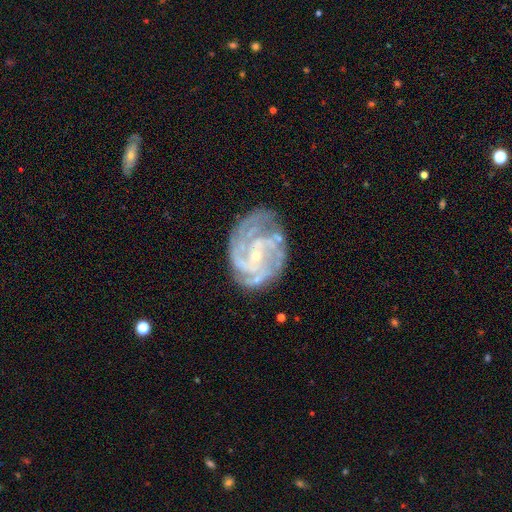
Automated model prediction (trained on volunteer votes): A featured or disk galaxy (89%) with no bar (49%), 3 (27%) tight (51%) spiral arms (96%) and a small central bulge (79%).

Vote fractions:
- Smooth or featured? featured or disk: 89% / star or artifact: 6% / smooth: 5%
- Edge-on disk? no: 98% / yes: 2%
- Bar? no: 49% / weak: 40% / strong: 12%
- Spiral arms? yes: 96% / no: 4%
- Spiral winding? tight: 51% / medium: 39% / loose: 10%
- Spiral arm count? 3: 27% / can't tell: 21% / 2: 20% / 4: 19% / more than 4: 7% / 1: 7%
- Bulge size? small: 79% / moderate: 16% / none: 3% / large: 1% / dominant: 1%
- Merging? none: 67% / minor disturbance: 21% / major disturbance: 10% / merger: 2%